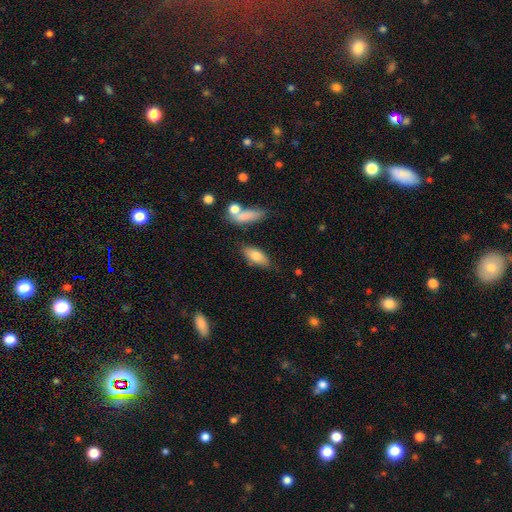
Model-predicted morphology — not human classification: smooth-or-featured: smooth: 77% | featured or disk: 16% | star or artifact: 7%
  how-rounded: in between: 81% | cigar-shaped: 16% | round: 3%
  merging: none: 72% | minor disturbance: 16% | merger: 7% | major disturbance: 5%